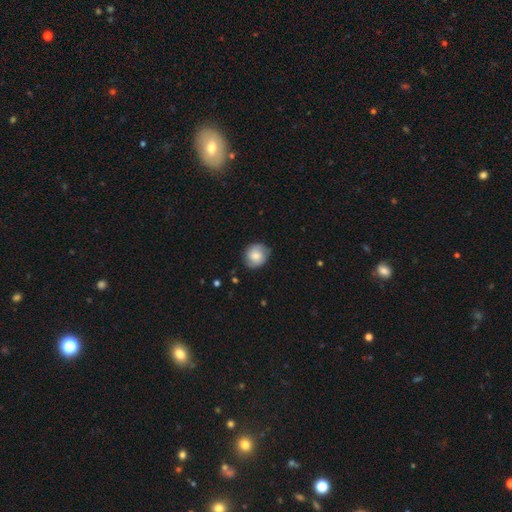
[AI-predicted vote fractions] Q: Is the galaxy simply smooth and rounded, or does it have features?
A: smooth — 62%.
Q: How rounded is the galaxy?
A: round — 81%.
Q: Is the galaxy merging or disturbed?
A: none — 79%.